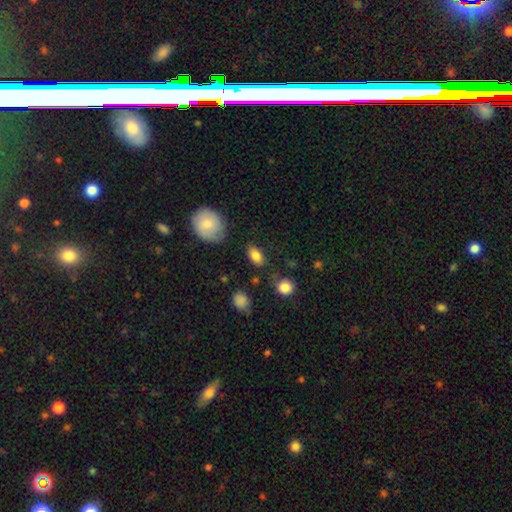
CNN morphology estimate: Q: Smooth or featured?
A: smooth (84%); runner-up: featured or disk (8%)
Q: How rounded?
A: in between (89%); runner-up: round (8%)
Q: Merging?
A: none (76%); runner-up: minor disturbance (17%)